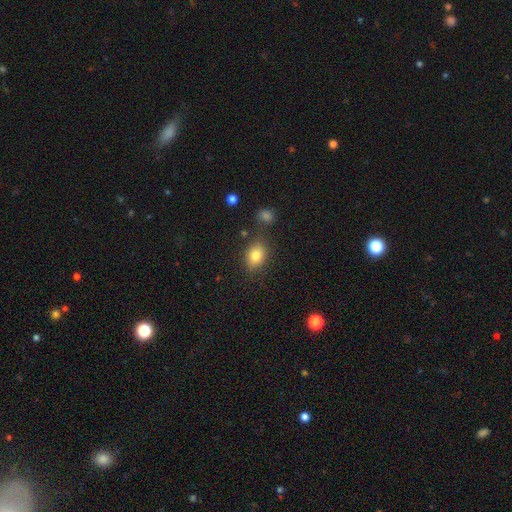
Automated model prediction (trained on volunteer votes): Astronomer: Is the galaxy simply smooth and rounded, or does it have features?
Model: smooth — 80%.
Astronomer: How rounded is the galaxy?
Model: in between — 66%.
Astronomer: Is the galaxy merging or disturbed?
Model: none — 77%.